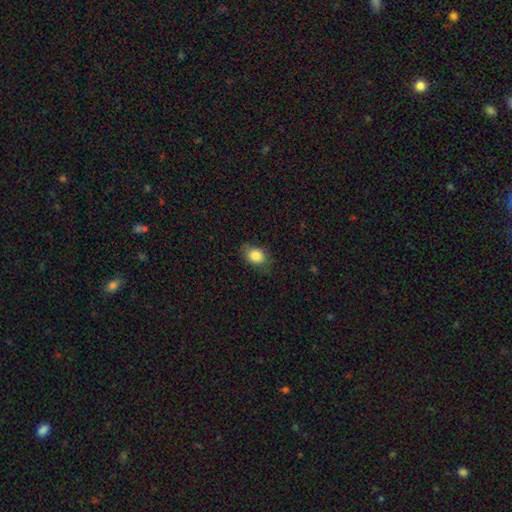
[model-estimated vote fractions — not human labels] Morphology: type=smooth (82%); roundness=in between (62%); merging=none (70%).